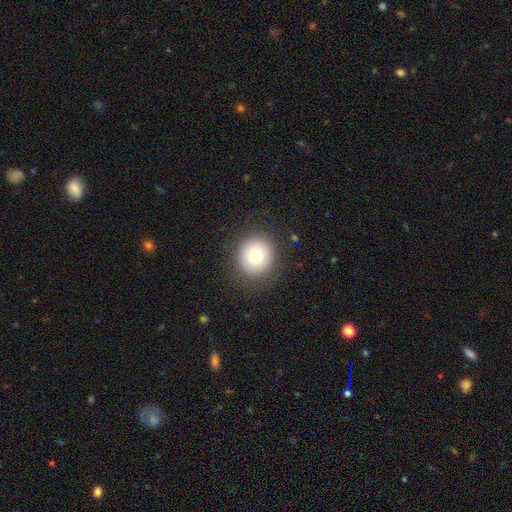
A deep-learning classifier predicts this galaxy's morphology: smooth_or_featured: smooth (p=0.78) [alt: featured or disk p=0.12]
how_rounded: round (p=0.89) [alt: in between p=0.10]
merging: none (p=0.87) [alt: minor disturbance p=0.09]